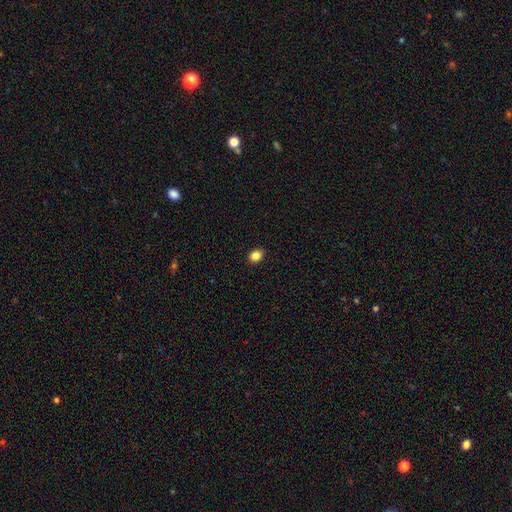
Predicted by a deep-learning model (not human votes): smooth-or-featured: smooth: 85% | star or artifact: 11% | featured or disk: 4%
  how-rounded: round: 66% | in between: 33% | cigar-shaped: 1%
  merging: none: 92% | minor disturbance: 5% | major disturbance: 2% | merger: 1%